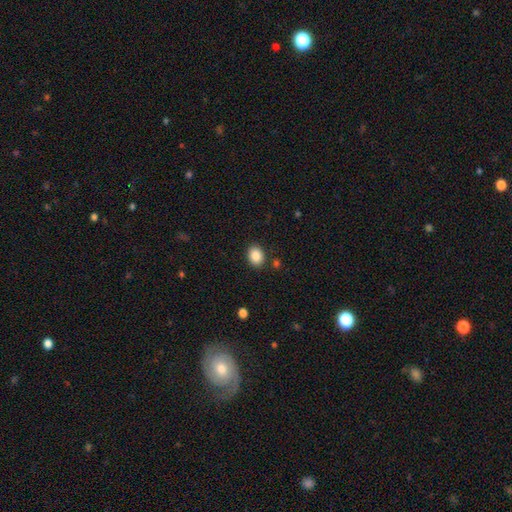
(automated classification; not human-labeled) smooth-or-featured: smooth: 87% | star or artifact: 8% | featured or disk: 4%
  how-rounded: in between: 60% | round: 39% | cigar-shaped: 1%
  merging: none: 87% | minor disturbance: 8% | merger: 2% | major disturbance: 2%